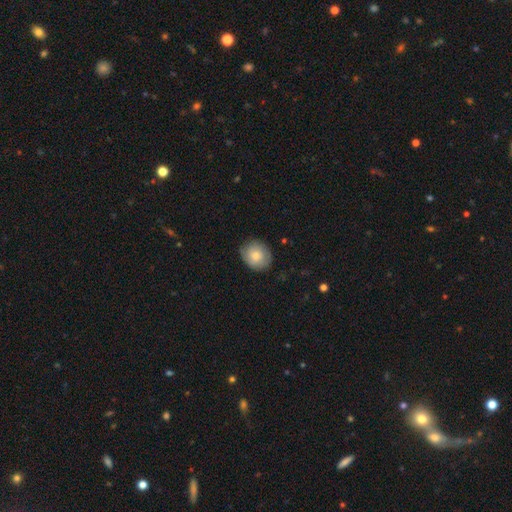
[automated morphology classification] Smooth or featured? smooth (78%)
How rounded? round (68%)
Merging? none (81%)